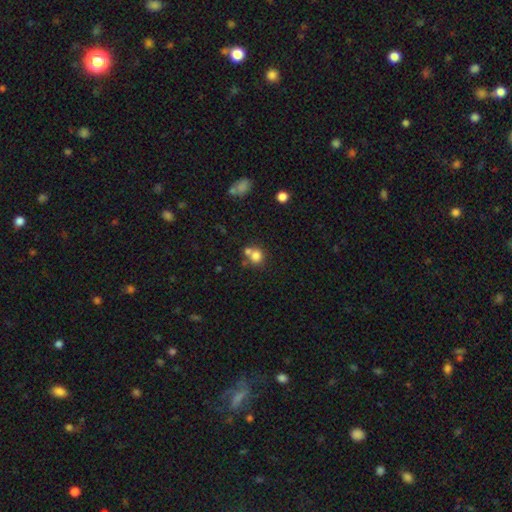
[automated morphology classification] type=smooth (77%); roundness=round (82%); merging=none (46%).